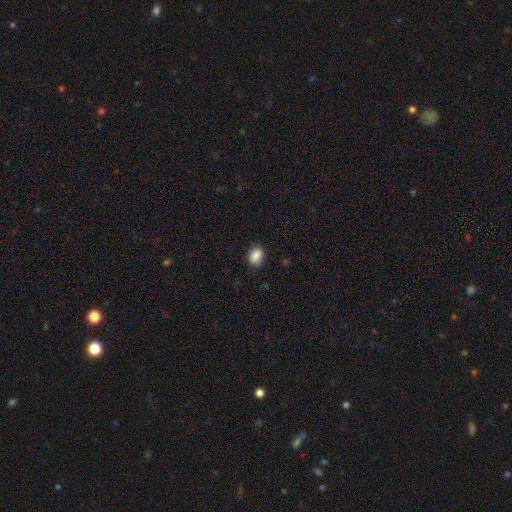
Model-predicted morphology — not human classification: type=smooth (87%); roundness=in between (68%); merging=none (86%).